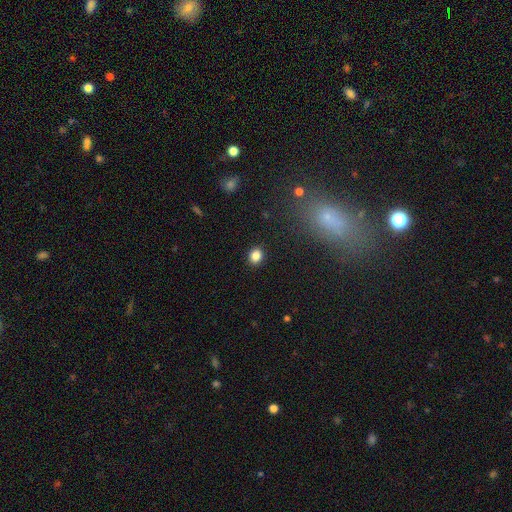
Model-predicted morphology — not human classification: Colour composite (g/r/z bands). It shows a smooth galaxy with no disk features (84%) that is round (63%). Merging: none (90%).